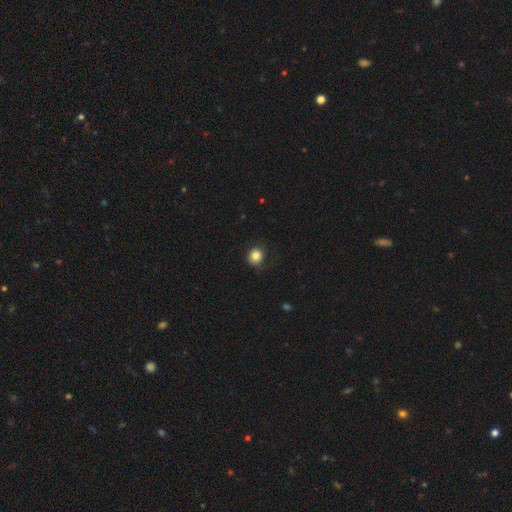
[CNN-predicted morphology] Overall: smooth (84%). How rounded: round (86%). Merging: none (79%).